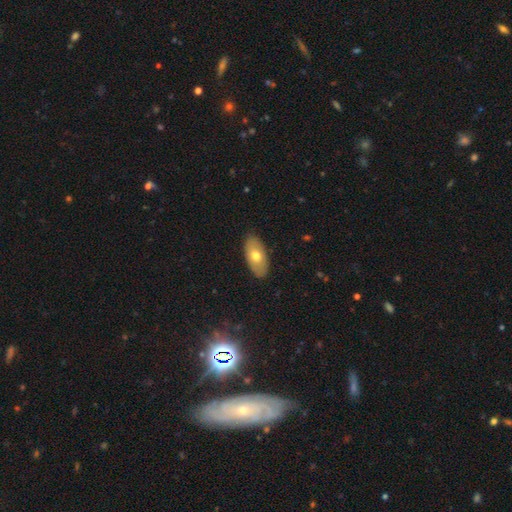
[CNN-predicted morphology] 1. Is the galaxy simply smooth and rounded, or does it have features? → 64% smooth, 30% featured or disk, 6% star or artifact.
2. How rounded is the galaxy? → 93% in between, 4% cigar-shaped, 4% round.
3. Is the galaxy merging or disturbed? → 86% none, 11% minor disturbance, 2% major disturbance, 1% merger.